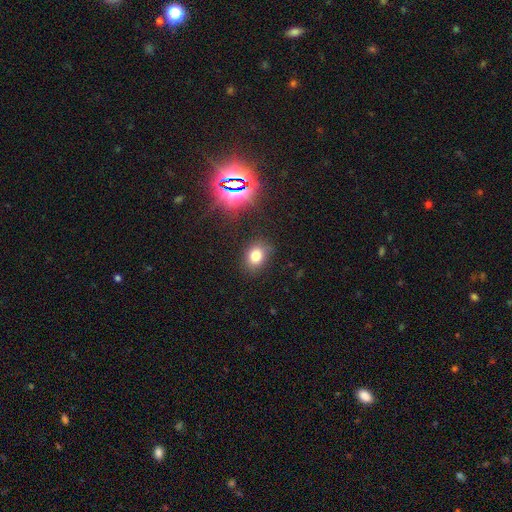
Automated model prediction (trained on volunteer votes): The model was most divided on "how rounded": in between: 60%, round: 39%, cigar-shaped: 1%. More confident: merging — none (80%); smooth or featured — smooth (76%).